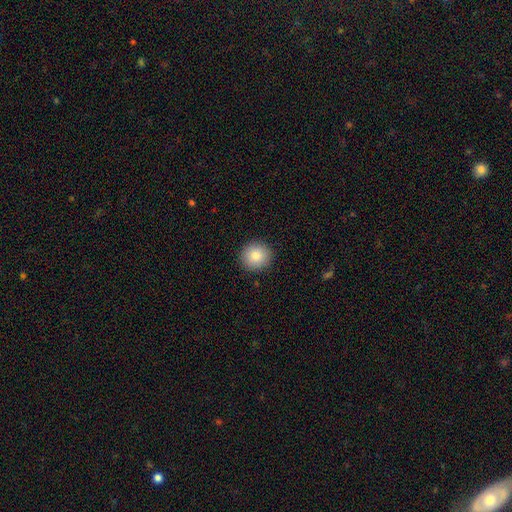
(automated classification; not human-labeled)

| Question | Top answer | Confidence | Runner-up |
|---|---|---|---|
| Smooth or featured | smooth | 85% | star or artifact (8%) |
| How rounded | round | 90% | in between (9%) |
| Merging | none | 91% | minor disturbance (6%) |